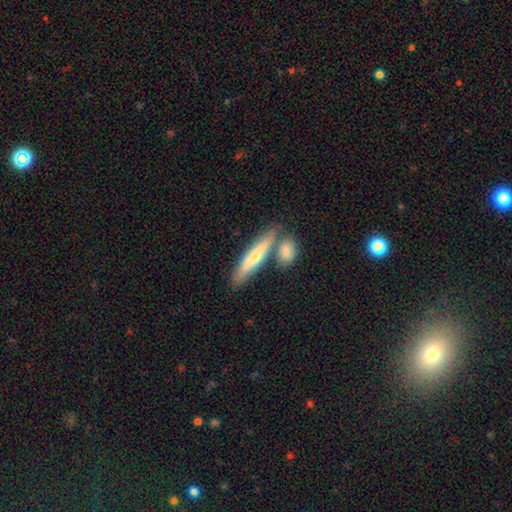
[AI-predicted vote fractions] Smooth or featured?
  - smooth: 49% *
  - featured or disk: 42%
  - star or artifact: 8%
Merging?
  - none: 67% *
  - merger: 20%
  - minor disturbance: 11%
  - major disturbance: 3%